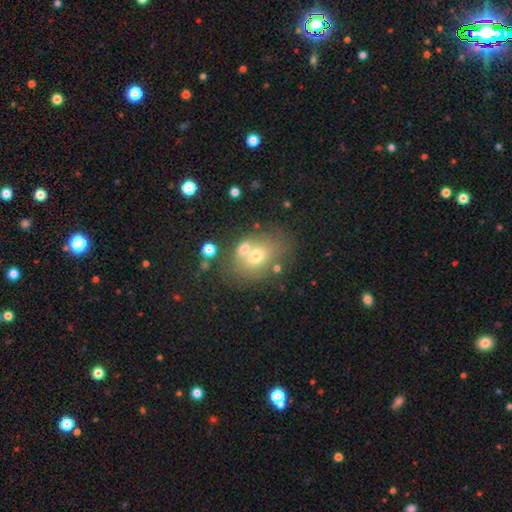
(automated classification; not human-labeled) A smooth galaxy with no disk features (60%) that is in between round and cigar-shaped (62%).

Vote fractions:
- Smooth or featured? smooth: 60% / featured or disk: 27% / star or artifact: 13%
- How rounded? in between: 62% / round: 37% / cigar-shaped: 1%
- Merging? none: 47% / merger: 32% / minor disturbance: 14% / major disturbance: 7%